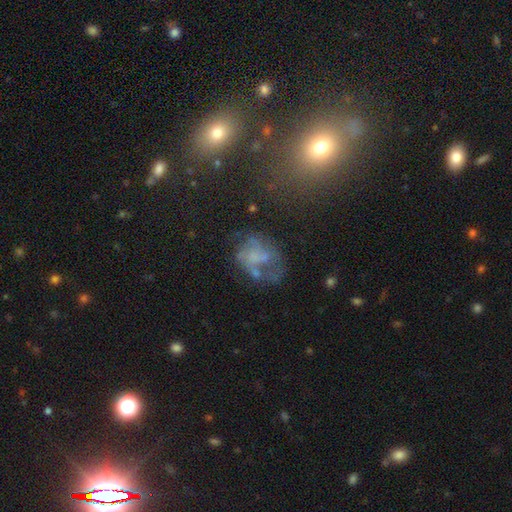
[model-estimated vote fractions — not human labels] Smooth or featured? featured or disk (55%)
Edge-on disk? no (98%)
Bar? no (82%)
Spiral arms? no (63%)
Bulge size? none (66%)
Merging? none (38%)